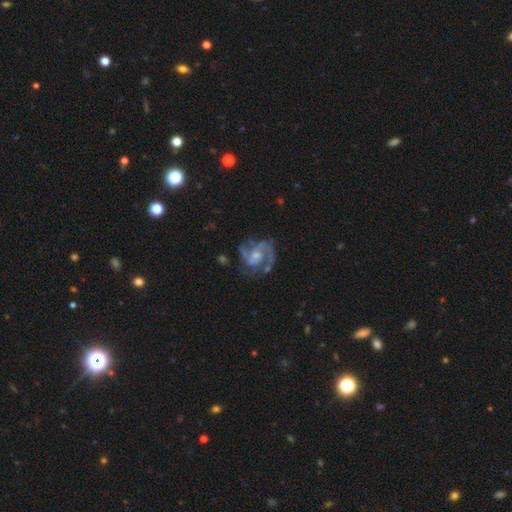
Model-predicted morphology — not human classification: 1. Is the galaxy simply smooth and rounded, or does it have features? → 86% featured or disk, 8% smooth, 5% star or artifact.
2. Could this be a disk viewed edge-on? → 98% no, 2% yes.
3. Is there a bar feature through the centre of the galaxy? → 57% no, 36% weak, 7% strong.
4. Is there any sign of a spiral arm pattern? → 94% yes, 6% no.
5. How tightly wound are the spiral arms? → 52% medium, 32% tight, 16% loose.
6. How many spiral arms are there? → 60% 2, 16% 3, 10% can't tell, 7% 1, 3% 4, 3% more than 4.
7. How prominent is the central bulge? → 45% moderate, 35% small, 12% none, 7% large, 1% dominant.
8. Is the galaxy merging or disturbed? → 57% none, 20% minor disturbance, 19% major disturbance, 4% merger.